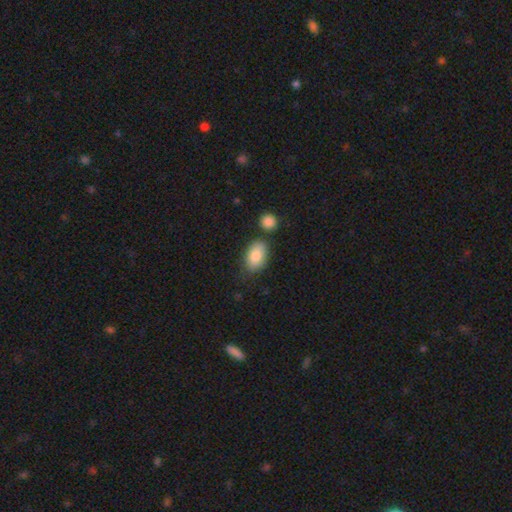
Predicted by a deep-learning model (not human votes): The model was most divided on "merging": none: 68%, minor disturbance: 18%, merger: 10%, major disturbance: 4%. More confident: how rounded — in between (91%); smooth or featured — smooth (84%).